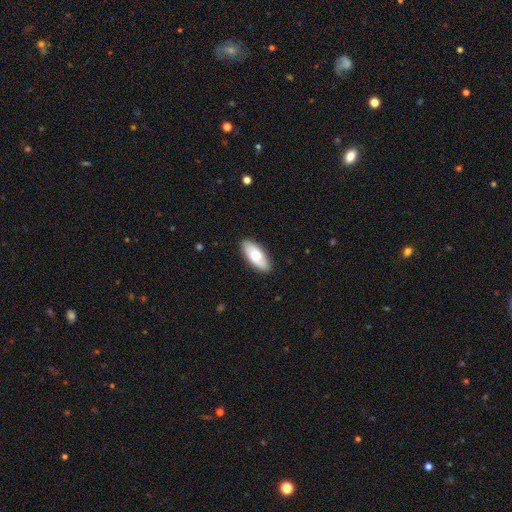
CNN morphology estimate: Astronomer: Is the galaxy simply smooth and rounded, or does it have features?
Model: smooth — 67%.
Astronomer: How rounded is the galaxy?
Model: in between — 85%.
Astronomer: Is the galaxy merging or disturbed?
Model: none — 88%.